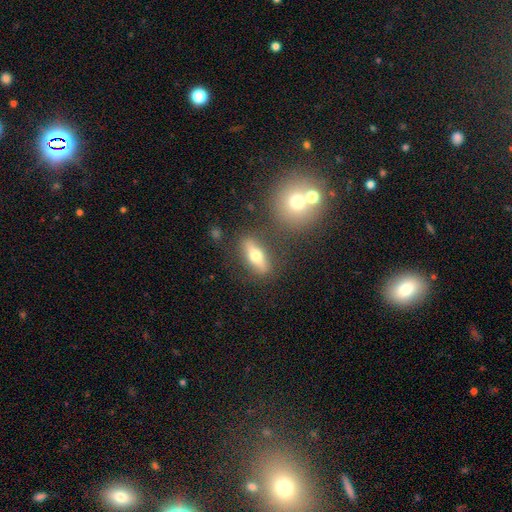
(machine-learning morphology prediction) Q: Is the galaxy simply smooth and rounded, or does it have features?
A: smooth — 54%.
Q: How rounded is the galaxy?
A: in between — 56%.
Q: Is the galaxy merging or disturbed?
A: none — 79%.